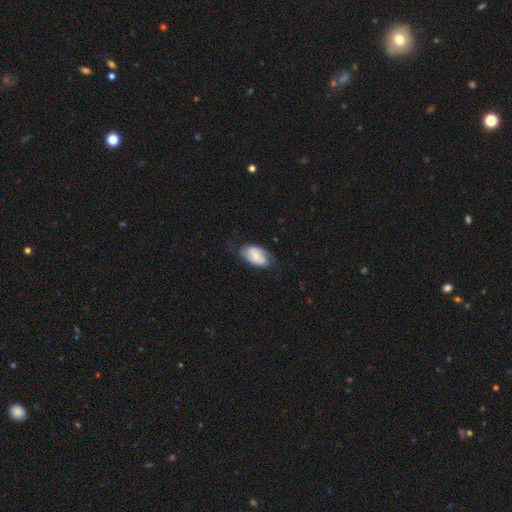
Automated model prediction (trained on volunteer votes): A smooth galaxy with no disk features (49%).

Vote fractions:
- Smooth or featured? smooth: 49% / featured or disk: 44% / star or artifact: 7%
- Merging? none: 60% / minor disturbance: 26% / major disturbance: 12% / merger: 2%